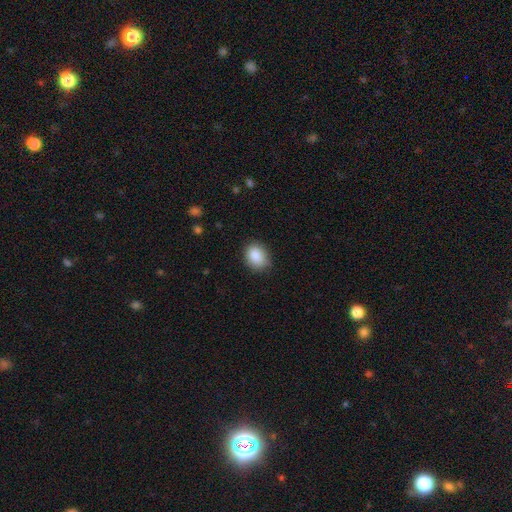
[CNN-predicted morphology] Smooth or featured: smooth — 88% (star or artifact — 8%)
How rounded: in between — 59% (round — 40%)
Merging: none — 77% (minor disturbance — 18%)